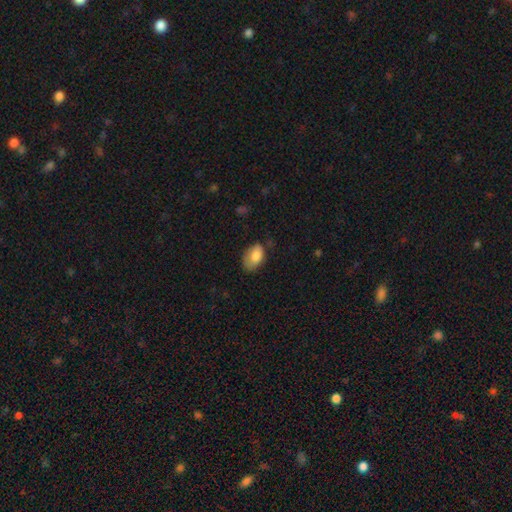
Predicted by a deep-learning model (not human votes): Overall: smooth (81%). How rounded: in between (89%). Merging: none (50%; minor disturbance 35%).